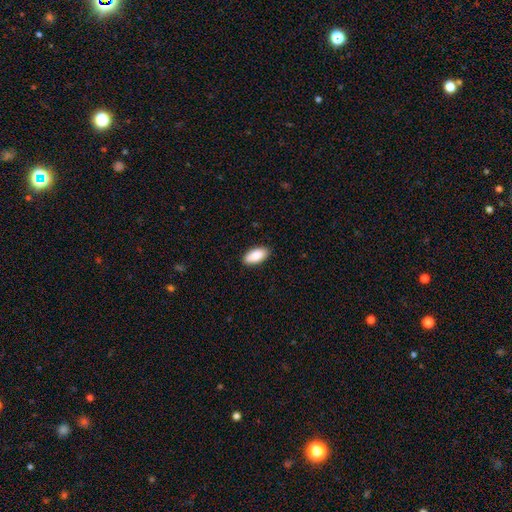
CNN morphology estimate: smooth_or_featured: smooth (p=0.89) [alt: star or artifact p=0.06]
how_rounded: in between (p=0.91) [alt: cigar-shaped p=0.07]
merging: none (p=0.89) [alt: minor disturbance p=0.08]